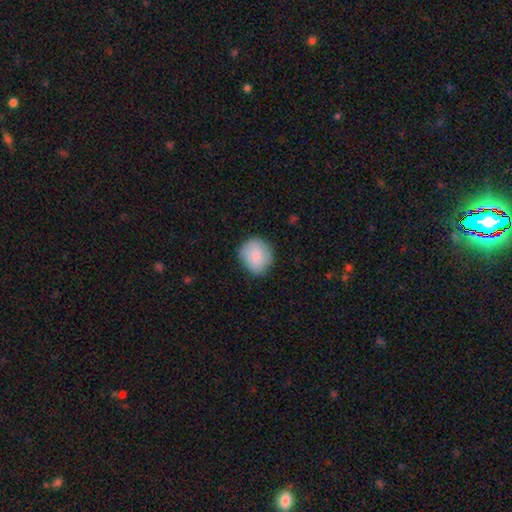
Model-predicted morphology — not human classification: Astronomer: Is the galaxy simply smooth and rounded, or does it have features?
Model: smooth — 82%.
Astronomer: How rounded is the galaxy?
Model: round — 77%.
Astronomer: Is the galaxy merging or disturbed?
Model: none — 75%.